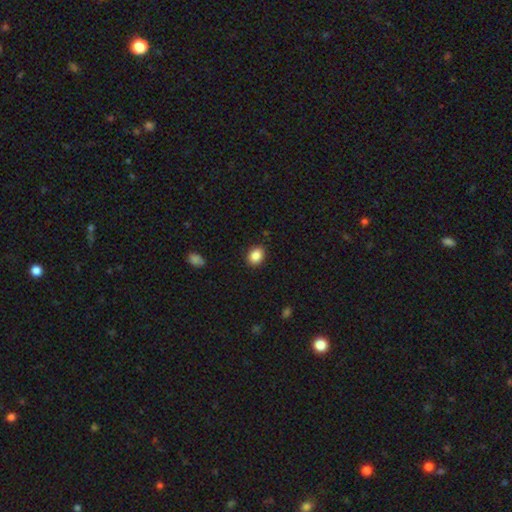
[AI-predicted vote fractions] Smooth or featured? smooth (88%)
How rounded? in between (58%)
Merging? none (89%)